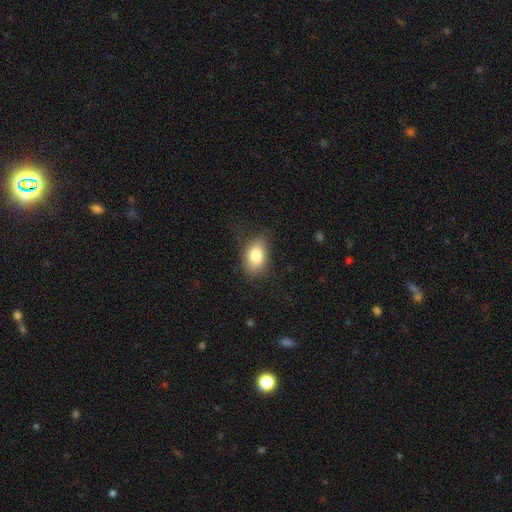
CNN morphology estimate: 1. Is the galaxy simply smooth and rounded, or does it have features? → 83% smooth, 9% featured or disk, 8% star or artifact.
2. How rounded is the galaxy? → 83% in between, 16% round, 1% cigar-shaped.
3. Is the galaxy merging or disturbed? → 73% none, 20% minor disturbance, 7% major disturbance, 1% merger.